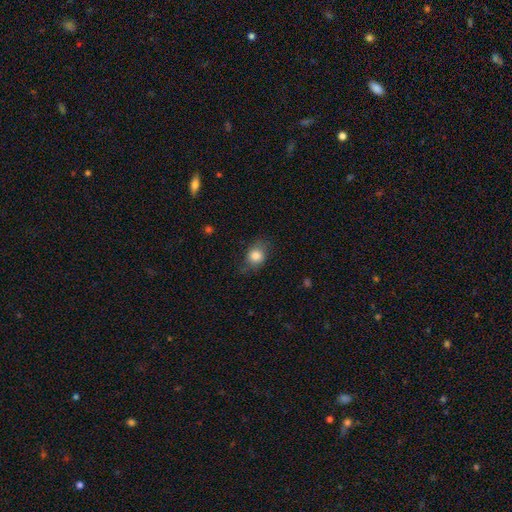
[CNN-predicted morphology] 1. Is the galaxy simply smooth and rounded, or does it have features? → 81% smooth, 10% featured or disk, 9% star or artifact.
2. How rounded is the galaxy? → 50% round, 48% in between, 2% cigar-shaped.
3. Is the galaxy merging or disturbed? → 69% none, 22% minor disturbance, 8% major disturbance, 1% merger.